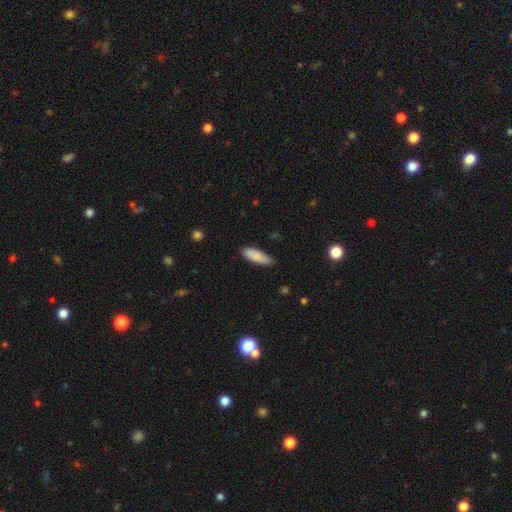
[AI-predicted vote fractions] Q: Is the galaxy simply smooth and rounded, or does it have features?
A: smooth — 87%.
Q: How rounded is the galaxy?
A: in between — 56%.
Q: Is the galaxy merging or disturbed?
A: none — 81%.